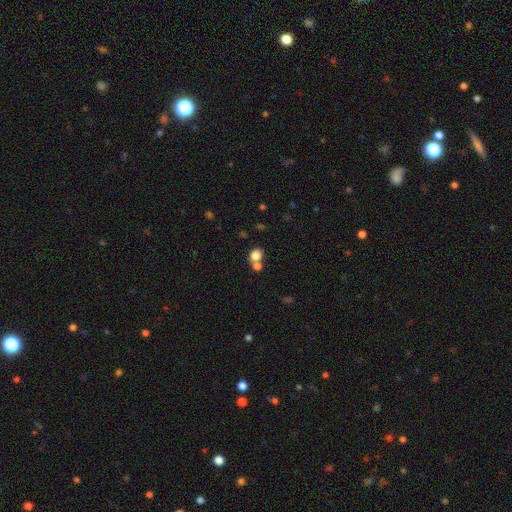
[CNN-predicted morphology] smooth_or_featured: smooth (p=0.81) [alt: star or artifact p=0.11]
how_rounded: round (p=0.62) [alt: in between p=0.37]
merging: none (p=0.52) [alt: merger p=0.36]